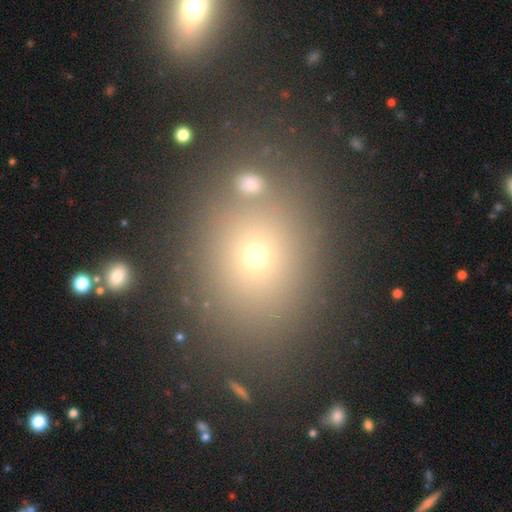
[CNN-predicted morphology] Smooth or featured: smooth — 59% (star or artifact — 30%)
How rounded: round — 54% (in between — 45%)
Merging: none — 75% (merger — 13%)